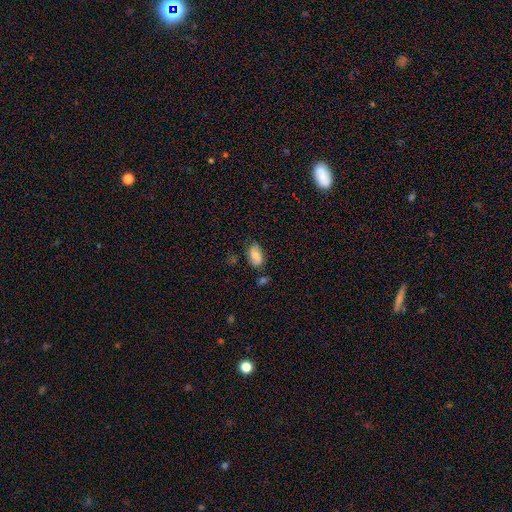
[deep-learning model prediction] smooth 70%, featured or disk 21%, star or artifact 9%. Down the decision tree: how rounded — in between (91%); merging — none (65%).